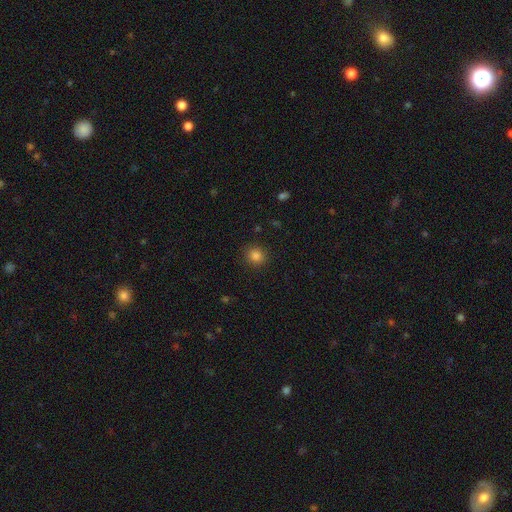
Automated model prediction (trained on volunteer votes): smooth 84%, star or artifact 13%, featured or disk 4%. Down the decision tree: how rounded — round (86%); merging — none (89%).